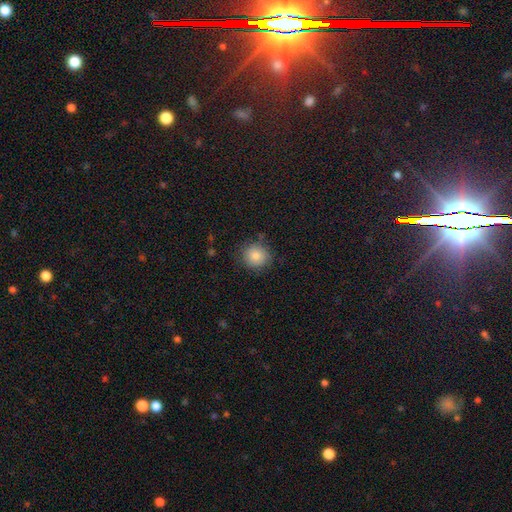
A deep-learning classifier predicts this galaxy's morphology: smooth_or_featured: smooth (p=0.84) [alt: star or artifact p=0.09]
how_rounded: round (p=0.90) [alt: in between p=0.09]
merging: none (p=0.84) [alt: minor disturbance p=0.12]